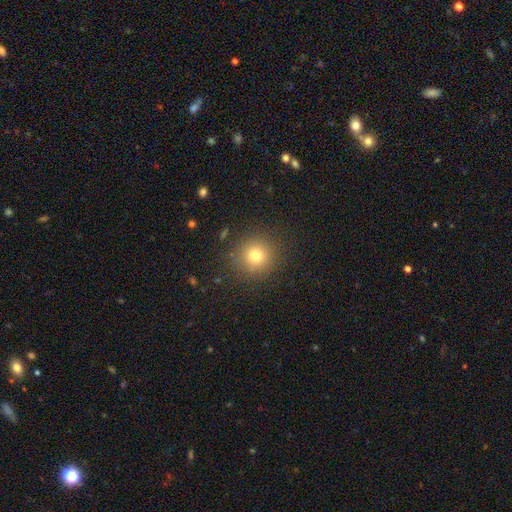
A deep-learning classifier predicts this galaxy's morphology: type=smooth (77%); roundness=round (92%); merging=none (88%).